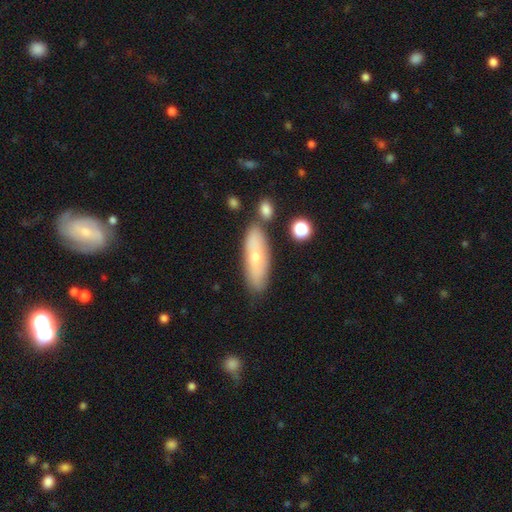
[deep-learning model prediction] smooth_or_featured: smooth (p=0.58) [alt: featured or disk p=0.36]
how_rounded: in between (p=0.49) [alt: cigar-shaped p=0.48]
merging: none (p=0.74) [alt: minor disturbance p=0.15]